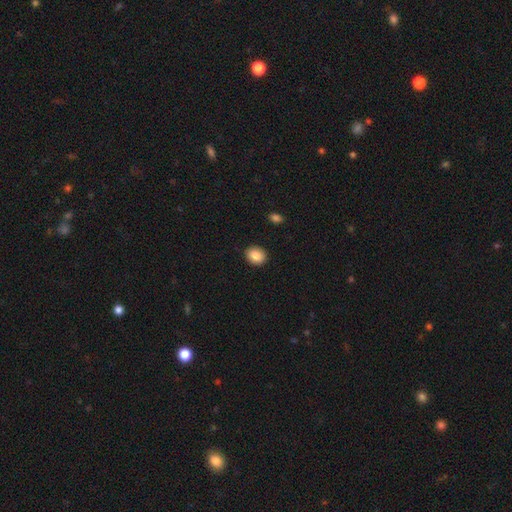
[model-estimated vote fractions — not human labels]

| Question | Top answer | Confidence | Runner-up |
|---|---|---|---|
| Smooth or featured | smooth | 88% | star or artifact (8%) |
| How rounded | in between | 50% | round (49%) |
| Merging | none | 89% | minor disturbance (7%) |